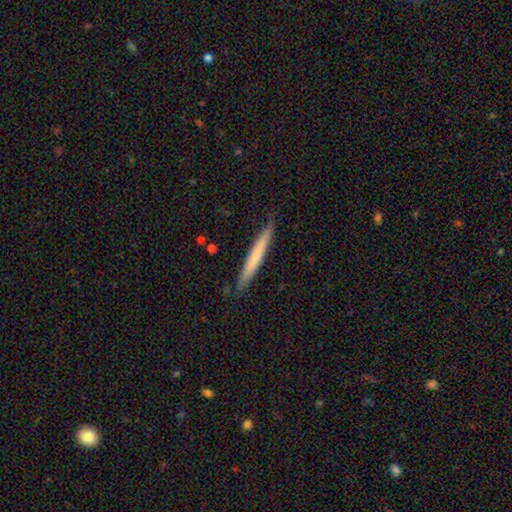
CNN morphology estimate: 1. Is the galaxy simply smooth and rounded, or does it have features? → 60% smooth, 35% featured or disk, 5% star or artifact.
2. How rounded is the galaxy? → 96% cigar-shaped, 2% in between, 1% round.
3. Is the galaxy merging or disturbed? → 87% none, 10% minor disturbance, 2% major disturbance, 1% merger.